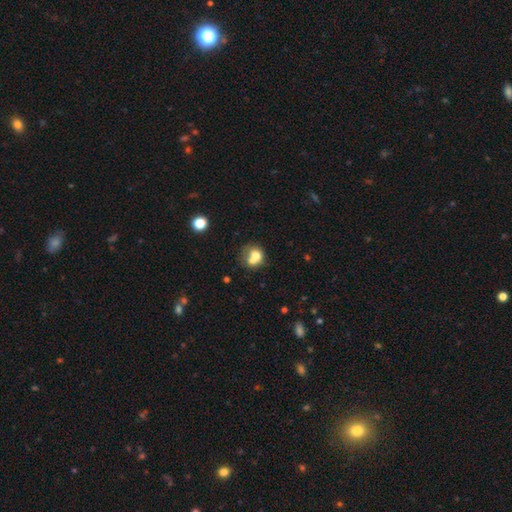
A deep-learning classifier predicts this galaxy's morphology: Smooth or featured: smooth — 67% (featured or disk — 22%)
How rounded: round — 71% (in between — 28%)
Merging: merger — 54% (none — 31%)